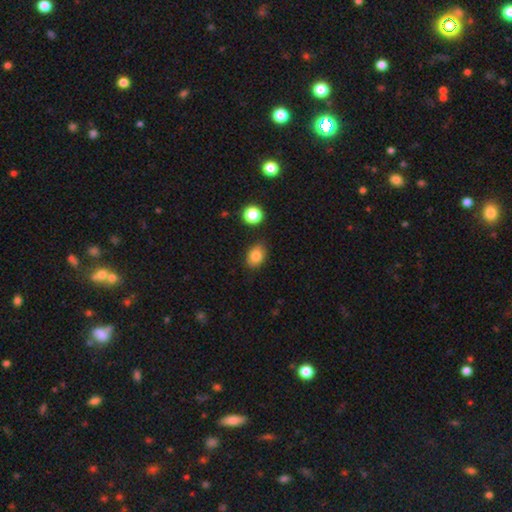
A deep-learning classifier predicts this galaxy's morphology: This is clearly a smooth galaxy (83%). How rounded: likely in between (76%). Merging: clearly none (84%).